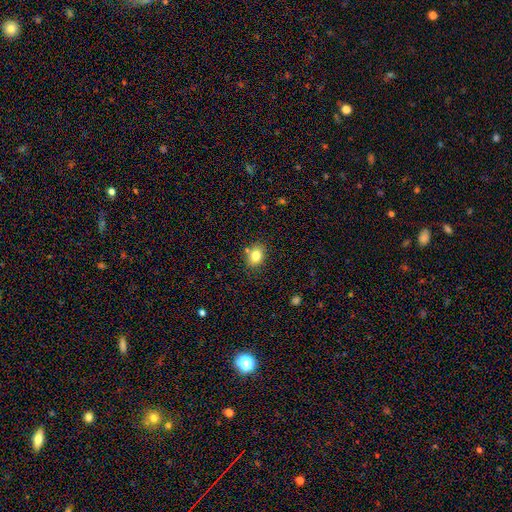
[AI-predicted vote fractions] smooth-or-featured: smooth: 81% | star or artifact: 11% | featured or disk: 9%
  how-rounded: in between: 56% | round: 43% | cigar-shaped: 1%
  merging: none: 78% | minor disturbance: 13% | merger: 6% | major disturbance: 3%